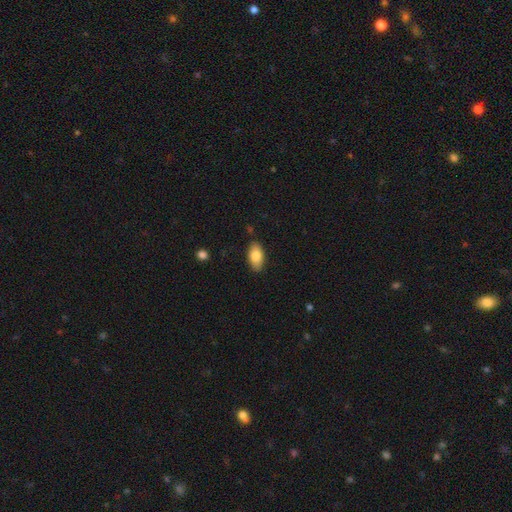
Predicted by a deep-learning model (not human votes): Overall: smooth (83%). How rounded: in between (92%). Merging: none (85%).